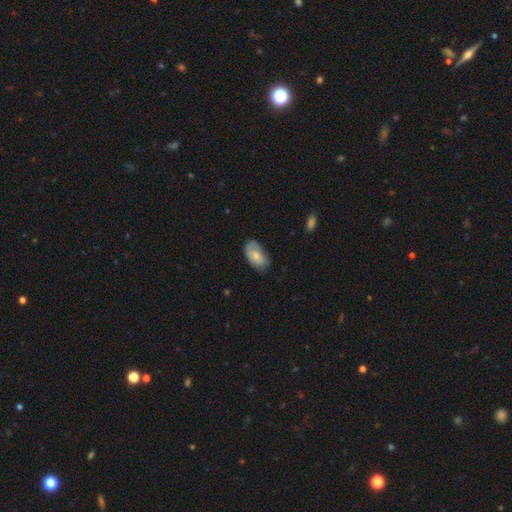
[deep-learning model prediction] smooth-or-featured: smooth: 70% | featured or disk: 24% | star or artifact: 6%
  how-rounded: in between: 93% | round: 5% | cigar-shaped: 2%
  merging: none: 64% | minor disturbance: 28% | major disturbance: 6% | merger: 1%